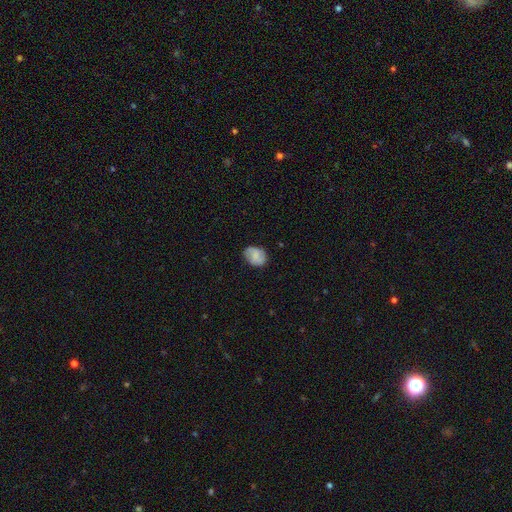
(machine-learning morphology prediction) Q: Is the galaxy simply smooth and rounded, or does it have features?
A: smooth — 63%.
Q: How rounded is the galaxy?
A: in between — 61%.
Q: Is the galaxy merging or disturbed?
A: none — 77%.